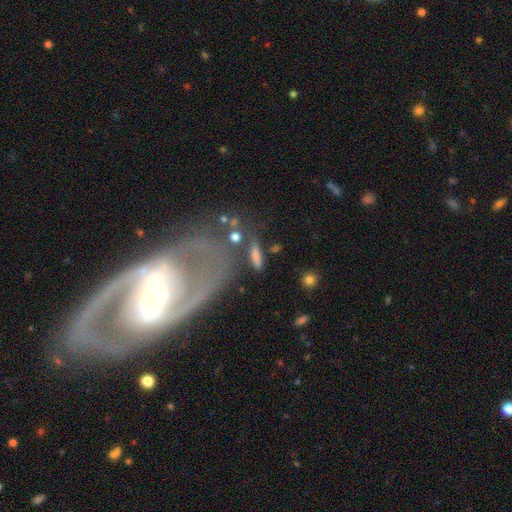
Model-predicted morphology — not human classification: Smooth or featured? smooth (71%)
How rounded? cigar-shaped (67%)
Merging? none (72%)